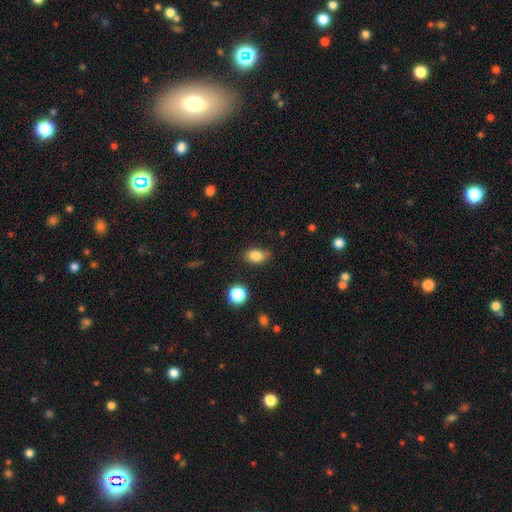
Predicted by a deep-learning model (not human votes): Smooth or featured: smooth — 85% (star or artifact — 10%)
How rounded: in between — 82% (round — 17%)
Merging: none — 74% (minor disturbance — 20%)